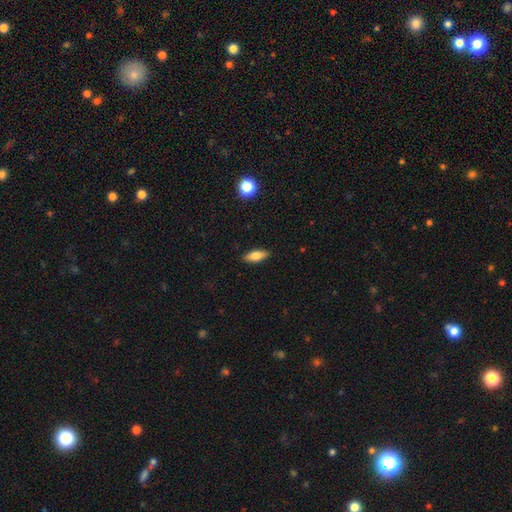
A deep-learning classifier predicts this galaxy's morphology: This appears to be a smooth galaxy with no disk features (75%) that is in between round and cigar-shaped (72%). Merging: none (89%).